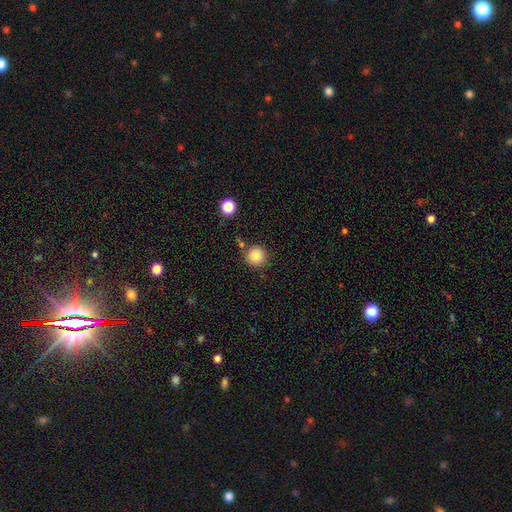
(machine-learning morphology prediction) Overall: smooth (86%). How rounded: round (95%). Merging: none (82%).